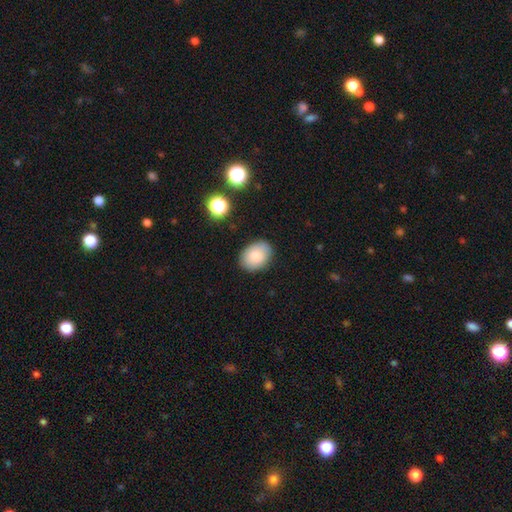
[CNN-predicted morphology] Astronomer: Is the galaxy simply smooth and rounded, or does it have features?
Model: smooth — 81%.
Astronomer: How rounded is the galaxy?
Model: in between — 72%.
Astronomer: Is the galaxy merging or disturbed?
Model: none — 85%.